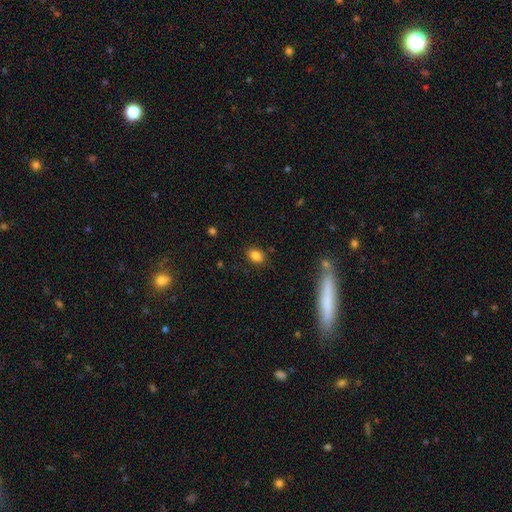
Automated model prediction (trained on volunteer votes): A smooth galaxy with no disk features (83%) that is in between round and cigar-shaped (69%).

Vote fractions:
- Smooth or featured? smooth: 83% / star or artifact: 10% / featured or disk: 6%
- How rounded? in between: 69% / round: 30% / cigar-shaped: 1%
- Merging? none: 83% / minor disturbance: 12% / major disturbance: 3% / merger: 2%